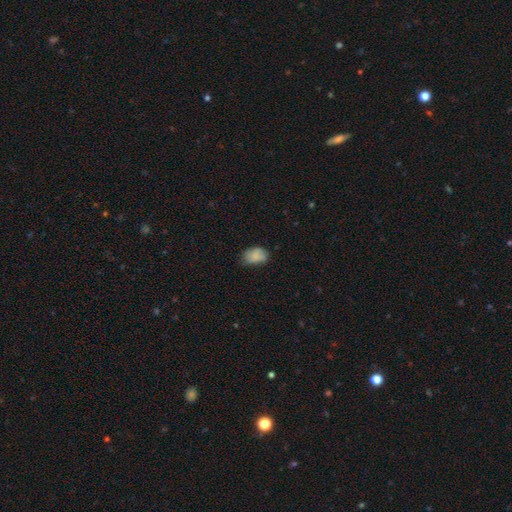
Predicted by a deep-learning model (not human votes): A smooth galaxy with no disk features (83%) that is in between round and cigar-shaped (86%). Merging: none (56%).